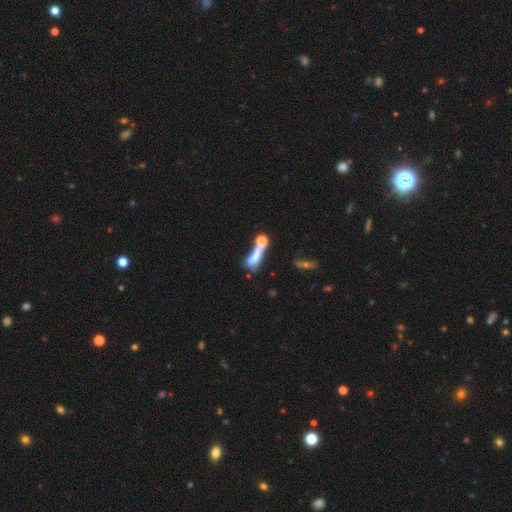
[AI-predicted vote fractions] A smooth galaxy with no disk features (54%) that is in between round and cigar-shaped (46%). Merging: merger (53%).